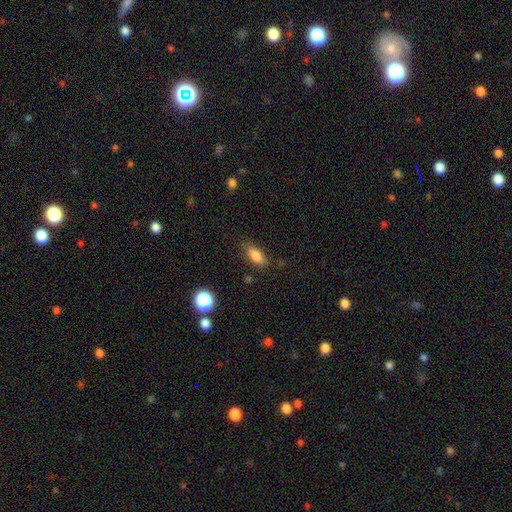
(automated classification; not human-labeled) Smooth or featured?
  - smooth: 83% *
  - star or artifact: 9%
  - featured or disk: 8%
How rounded?
  - in between: 80% *
  - cigar-shaped: 16%
  - round: 4%
Merging?
  - none: 77% *
  - minor disturbance: 16%
  - major disturbance: 4%
  - merger: 2%